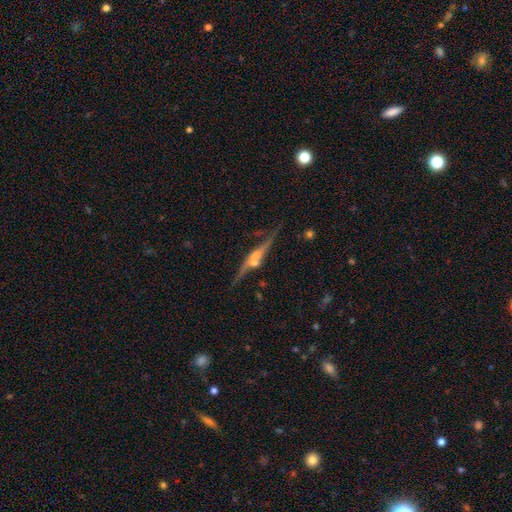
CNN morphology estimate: Smooth or featured?
  - featured or disk: 81% *
  - smooth: 10%
  - star or artifact: 8%
Edge-on disk?
  - yes: 90% *
  - no: 10%
Edge-on bulge?
  - rounded: 81% *
  - none: 10%
  - boxy: 8%
Merging?
  - none: 69% *
  - minor disturbance: 16%
  - merger: 8%
  - major disturbance: 6%